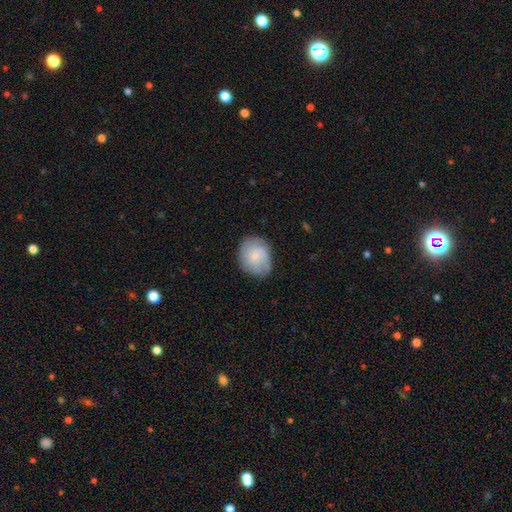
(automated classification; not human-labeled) smooth_or_featured: smooth (p=0.50) [alt: featured or disk p=0.44]
merging: none (p=0.70) [alt: minor disturbance p=0.21]